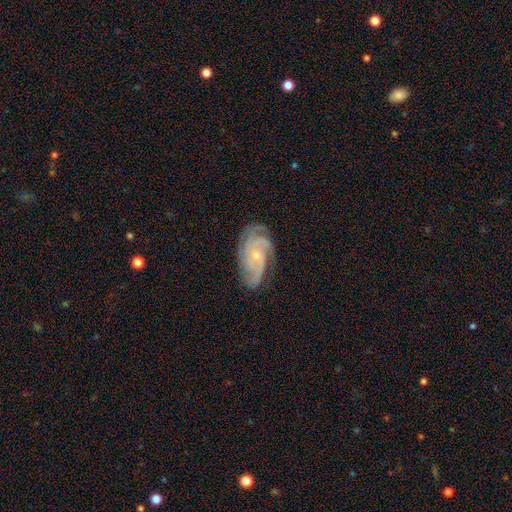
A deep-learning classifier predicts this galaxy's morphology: The model was most divided on "spiral winding": tight: 58%, medium: 36%, loose: 7%. Remaining: spiral arms — yes (98%); edge-on disk — no (97%); smooth or featured — featured or disk (87%); merging — none (74%); bar — no (72%); bulge size — small (69%); spiral arm count — 3 (44%).